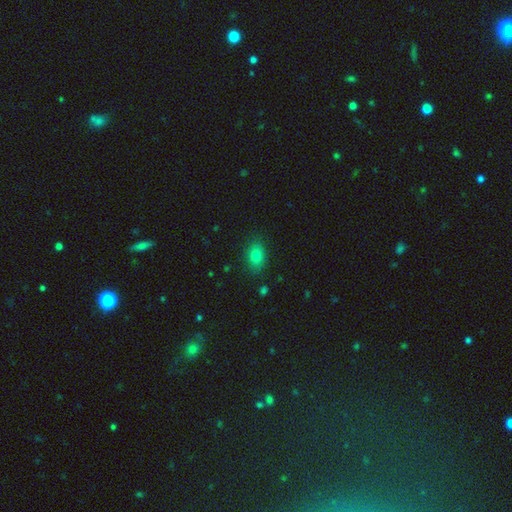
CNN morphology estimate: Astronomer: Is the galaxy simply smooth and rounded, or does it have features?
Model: smooth — 79%.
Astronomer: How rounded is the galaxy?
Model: in between — 80%.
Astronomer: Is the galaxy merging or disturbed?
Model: none — 85%.